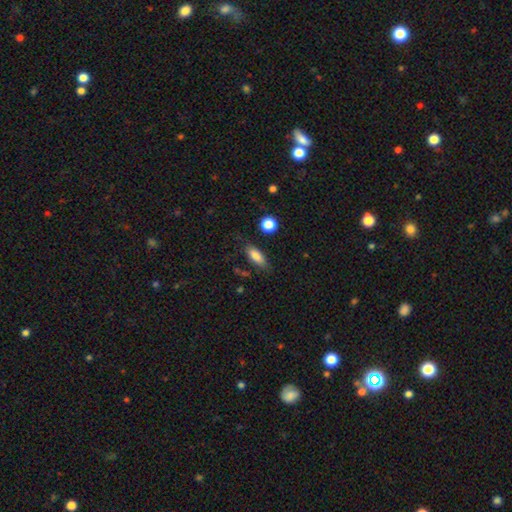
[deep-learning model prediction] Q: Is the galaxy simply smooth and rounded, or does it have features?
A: smooth — 84%.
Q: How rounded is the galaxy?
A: in between — 75%.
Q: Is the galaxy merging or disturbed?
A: none — 76%.